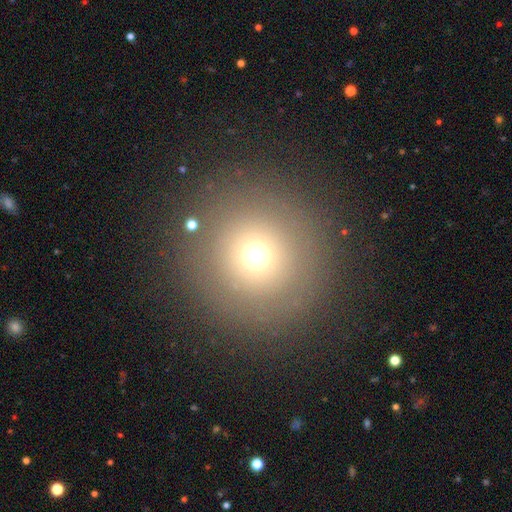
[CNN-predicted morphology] A smooth galaxy with no disk features (68%) that is round (95%).

Vote fractions:
- Smooth or featured? smooth: 68% / star or artifact: 20% / featured or disk: 13%
- How rounded? round: 95% / in between: 4% / cigar-shaped: 1%
- Merging? none: 87% / minor disturbance: 7% / major disturbance: 4% / merger: 2%